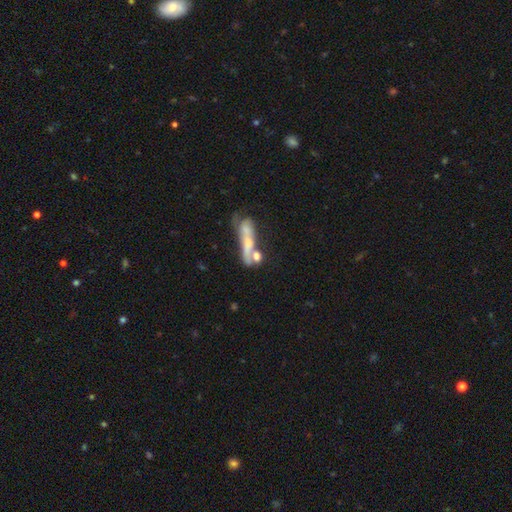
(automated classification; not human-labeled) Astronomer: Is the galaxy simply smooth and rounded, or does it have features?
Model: featured or disk — 47% (runner-up: smooth, 41%).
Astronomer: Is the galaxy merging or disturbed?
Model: merger — 41% (runner-up: none, 25%).